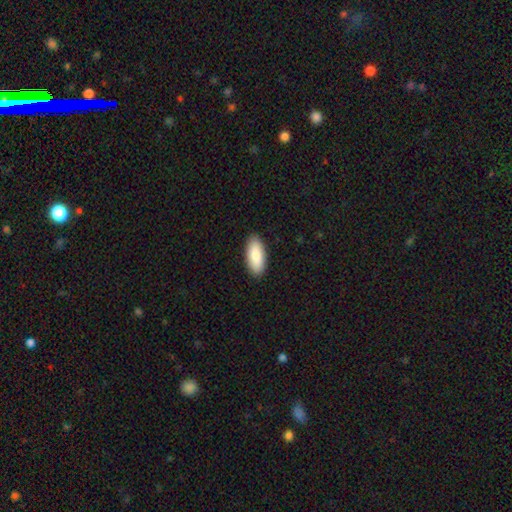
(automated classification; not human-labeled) smooth-or-featured: smooth: 87% | featured or disk: 8% | star or artifact: 5%
  how-rounded: in between: 87% | cigar-shaped: 11% | round: 2%
  merging: none: 89% | minor disturbance: 8% | major disturbance: 2% | merger: 1%